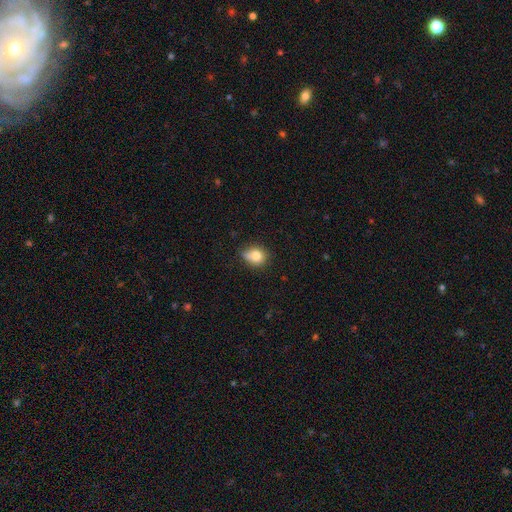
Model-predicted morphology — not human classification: A smooth galaxy with no disk features (78%) that is round (63%).

Vote fractions:
- Smooth or featured? smooth: 78% / featured or disk: 11% / star or artifact: 10%
- How rounded? round: 63% / in between: 36% / cigar-shaped: 1%
- Merging? none: 51% / minor disturbance: 32% / merger: 9% / major disturbance: 8%